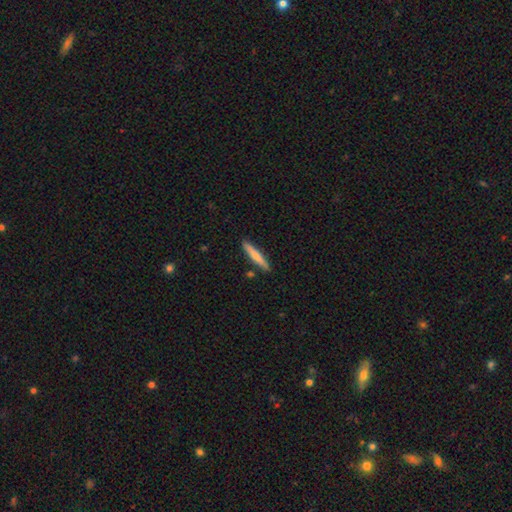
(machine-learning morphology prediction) Smooth or featured: smooth — 67% (featured or disk — 27%)
How rounded: cigar-shaped — 93% (in between — 6%)
Merging: none — 86% (minor disturbance — 9%)